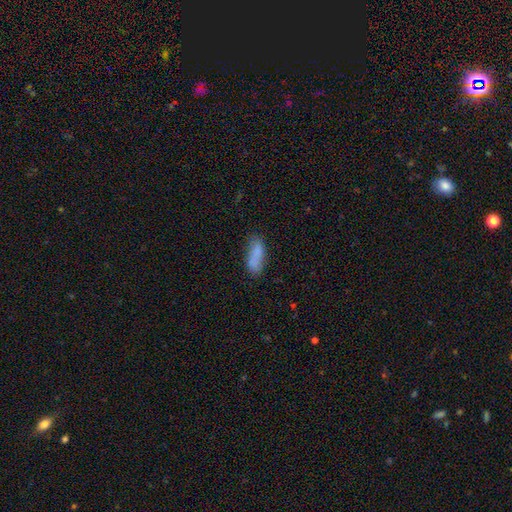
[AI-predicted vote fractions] This is likely a smooth galaxy (78%). How rounded: likely in between (68%). Merging: possibly none (59%).